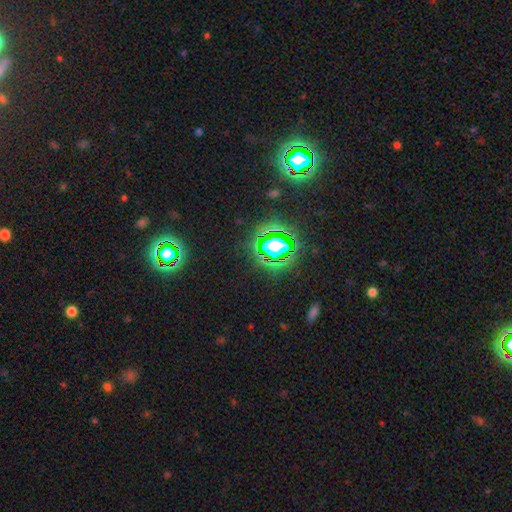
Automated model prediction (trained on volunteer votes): A star or artifact, not a galaxy (81%).